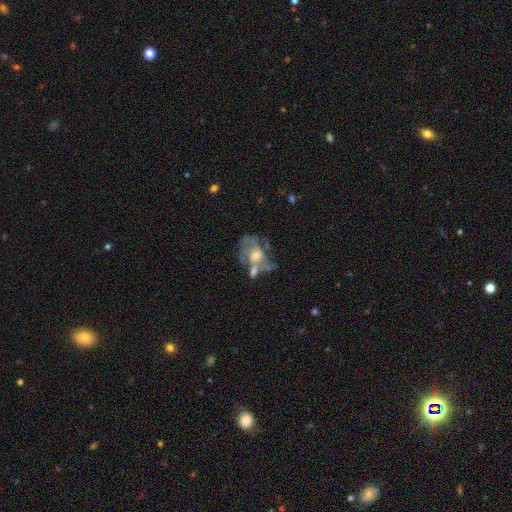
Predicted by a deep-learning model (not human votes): smooth-or-featured: featured or disk: 74% | smooth: 16% | star or artifact: 10%
  disk-edge-on: no: 97% | yes: 3%
    bar: no: 72% | weak: 23% | strong: 5%
    has-spiral-arms: yes: 66% | no: 34%
    bulge-size: moderate: 56% | small: 27% | large: 9% | none: 7% | dominant: 2%
  merging: none: 38% | major disturbance: 23% | merger: 22% | minor disturbance: 17%